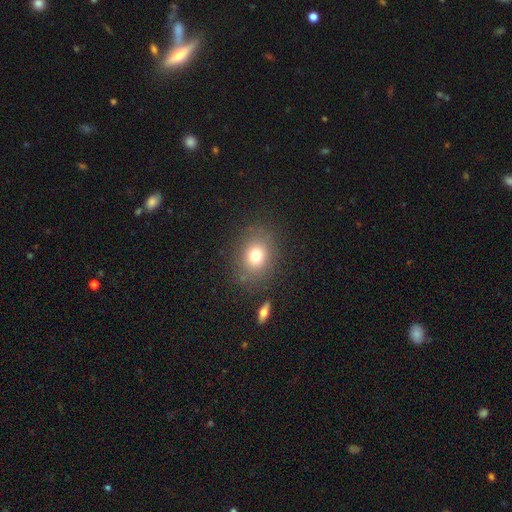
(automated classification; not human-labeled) Smooth or featured? smooth (76%)
How rounded? round (57%)
Merging? none (81%)